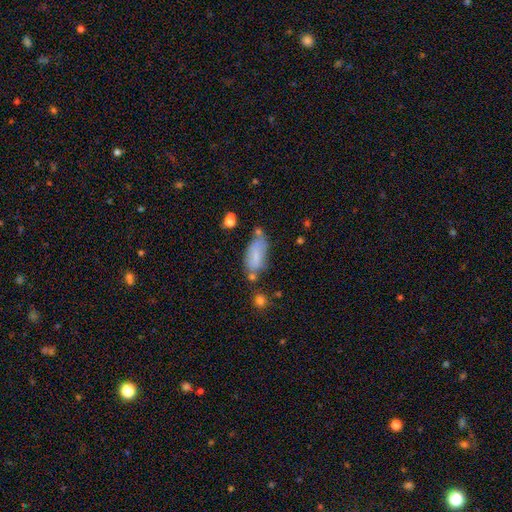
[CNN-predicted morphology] Smooth or featured? smooth (67%)
How rounded? in between (84%)
Merging? none (47%)